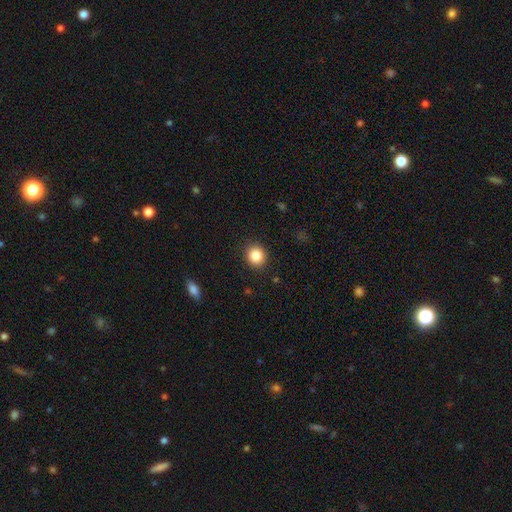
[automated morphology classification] smooth 86%, star or artifact 10%, featured or disk 4%. Down the decision tree: how rounded — round (87%); merging — none (91%).